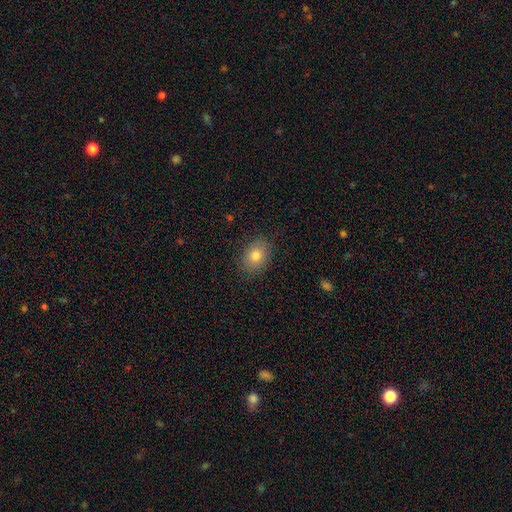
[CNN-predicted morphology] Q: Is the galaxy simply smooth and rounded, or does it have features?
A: smooth — 80%.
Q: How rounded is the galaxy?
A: in between — 65%.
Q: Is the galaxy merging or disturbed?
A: none — 86%.